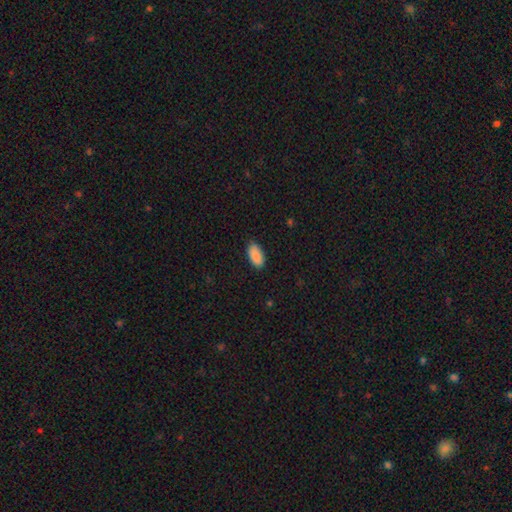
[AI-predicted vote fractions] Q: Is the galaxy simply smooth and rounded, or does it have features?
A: smooth — 90%.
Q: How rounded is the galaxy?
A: in between — 94%.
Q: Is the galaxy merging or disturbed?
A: none — 85%.